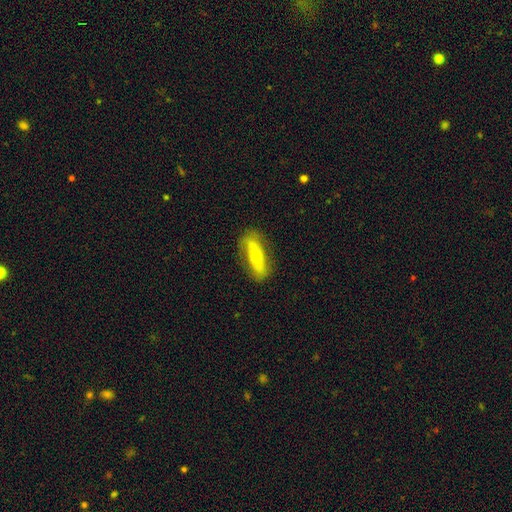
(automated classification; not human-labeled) featured or disk 47% (tied), smooth 47% (tied), star or artifact 6%. Down the decision tree: merging — none (79%).